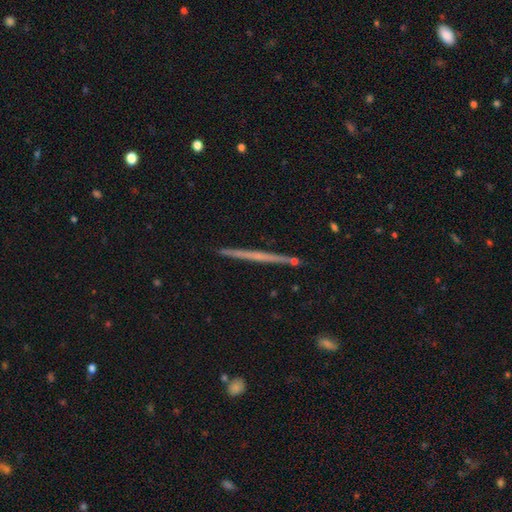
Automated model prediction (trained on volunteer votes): Smooth or featured? featured or disk (62%)
Edge-on disk? yes (98%)
Edge-on bulge? none (85%)
Merging? none (91%)